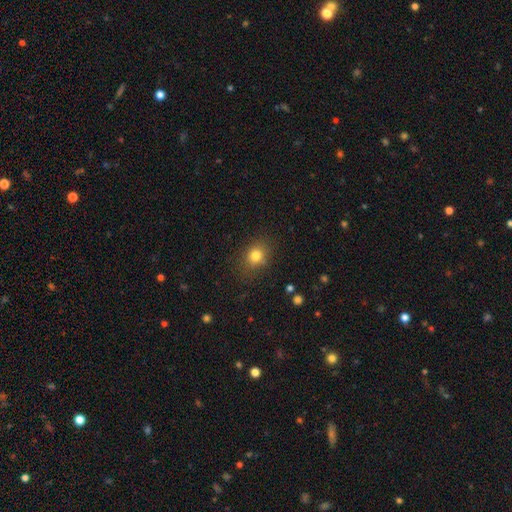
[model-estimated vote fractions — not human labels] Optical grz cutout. It shows a smooth galaxy with no disk features (80%) that is round (58%). Merging: none (80%).